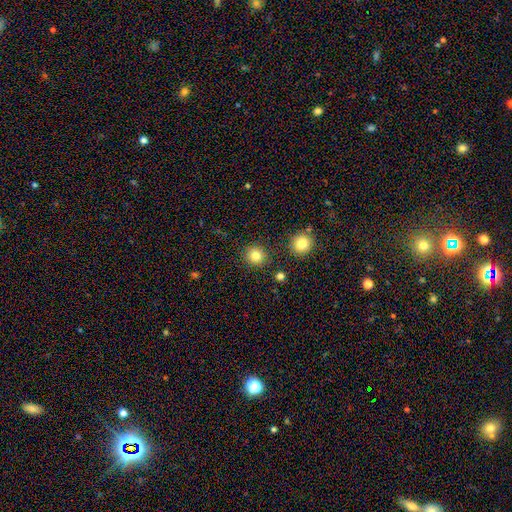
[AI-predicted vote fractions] Q: Smooth or featured?
A: smooth (82%); runner-up: star or artifact (12%)
Q: How rounded?
A: round (93%); runner-up: in between (6%)
Q: Merging?
A: none (89%); runner-up: minor disturbance (6%)